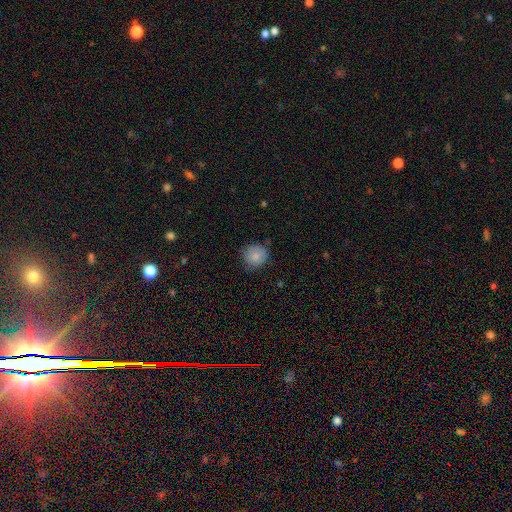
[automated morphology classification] Smooth or featured? smooth (84%)
How rounded? round (89%)
Merging? none (78%)